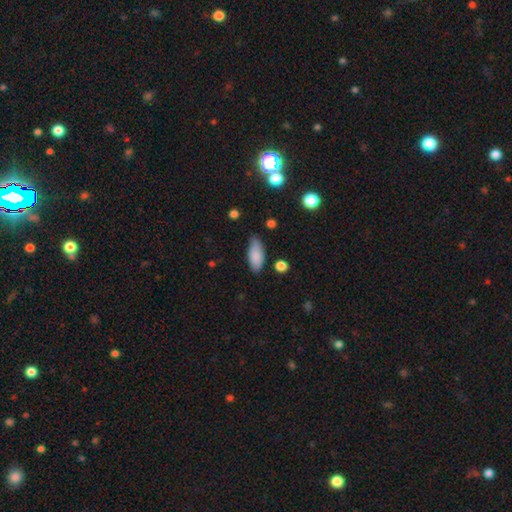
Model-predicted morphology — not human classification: Smooth or featured: smooth — 86% (star or artifact — 7%)
How rounded: in between — 82% (cigar-shaped — 16%)
Merging: none — 74% (minor disturbance — 21%)